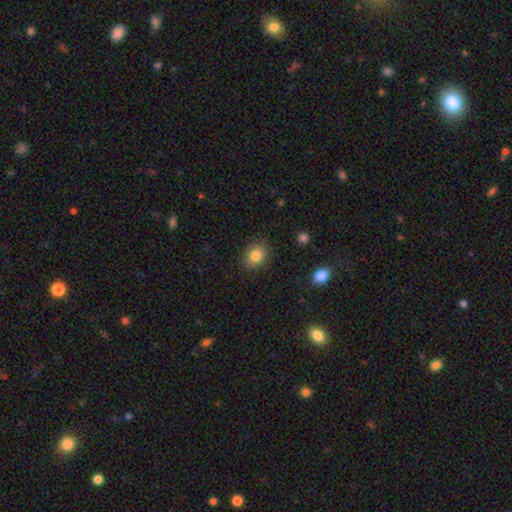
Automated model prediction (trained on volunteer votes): smooth_or_featured: smooth (p=0.83) [alt: star or artifact p=0.09]
how_rounded: in between (p=0.60) [alt: round p=0.39]
merging: none (p=0.87) [alt: minor disturbance p=0.10]